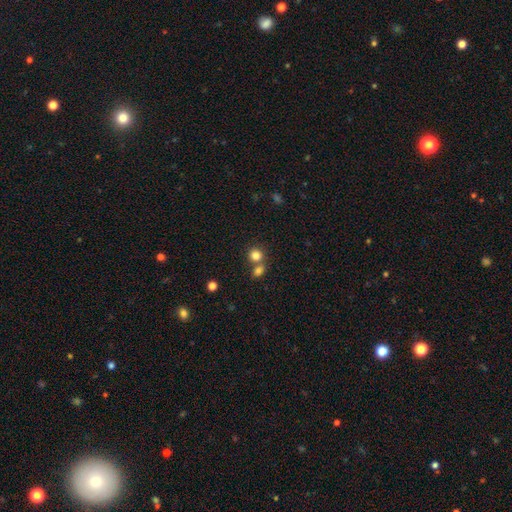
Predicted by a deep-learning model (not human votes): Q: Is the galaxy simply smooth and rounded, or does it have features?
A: smooth — 82%.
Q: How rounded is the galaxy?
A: round — 81%.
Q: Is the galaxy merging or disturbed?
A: none — 52%.